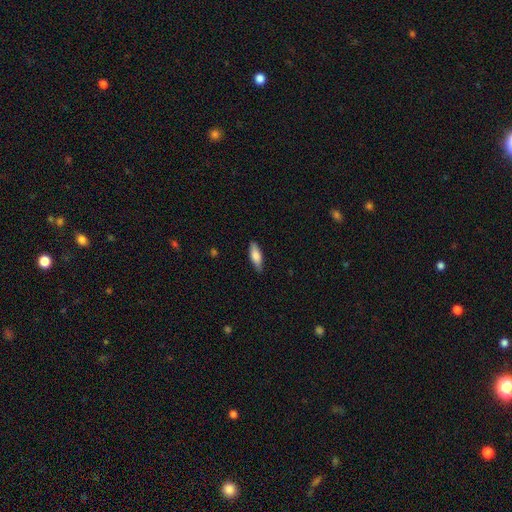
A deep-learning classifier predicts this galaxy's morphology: The model was most divided on "how rounded": in between: 57%, cigar-shaped: 41%, round: 2%. More confident: merging — none (86%); smooth or featured — smooth (76%).